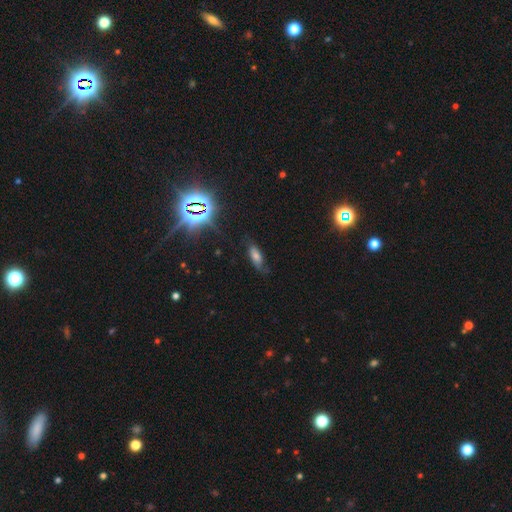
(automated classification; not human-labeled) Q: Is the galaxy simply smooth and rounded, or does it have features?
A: smooth — 56%.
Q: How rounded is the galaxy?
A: in between — 68%.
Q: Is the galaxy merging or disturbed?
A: none — 67%.